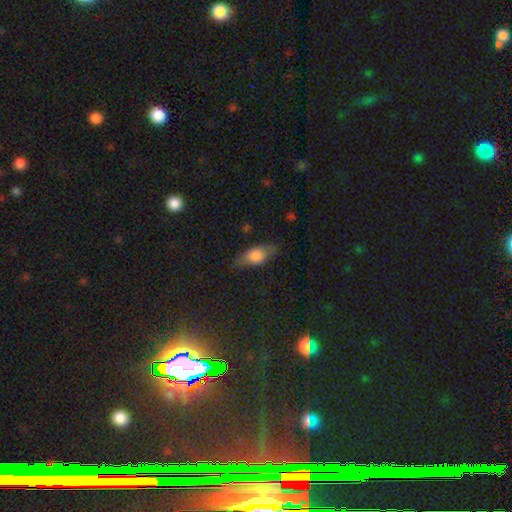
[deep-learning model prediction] Smooth or featured? Predicted: smooth (p=0.69). How rounded? Predicted: in between (p=0.79). Merging? Predicted: none (p=0.69).